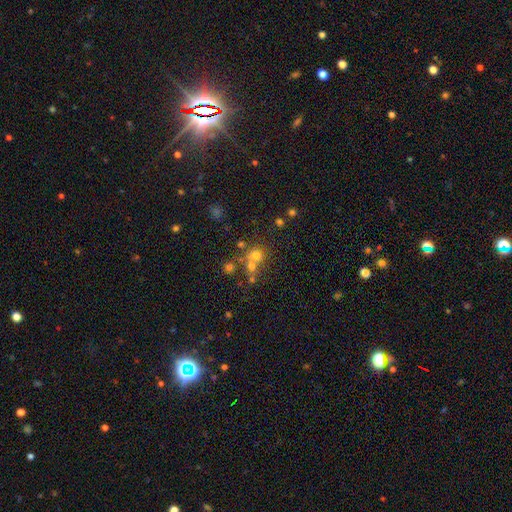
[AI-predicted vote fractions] This appears to be a smooth galaxy with no disk features (62%) that is round (80%). Merging: merger (43%, tied with none).